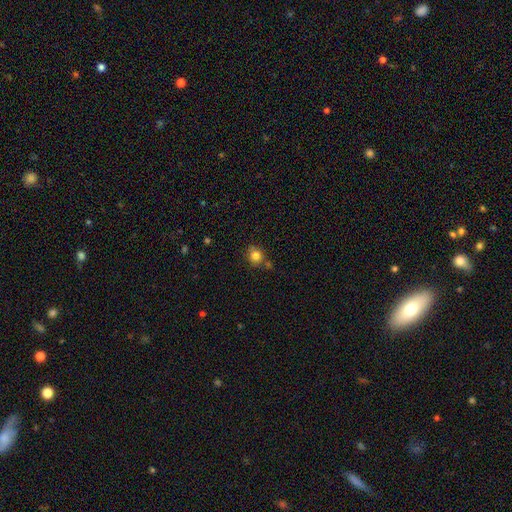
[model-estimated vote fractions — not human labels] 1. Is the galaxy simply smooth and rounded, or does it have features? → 81% smooth, 11% star or artifact, 8% featured or disk.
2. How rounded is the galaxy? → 70% round, 29% in between, 1% cigar-shaped.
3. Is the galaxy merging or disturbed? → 66% none, 19% minor disturbance, 11% merger, 4% major disturbance.